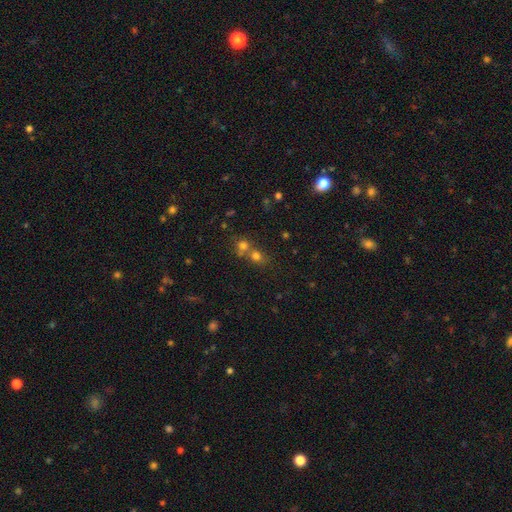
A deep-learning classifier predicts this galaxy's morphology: smooth_or_featured: smooth (p=0.56) [alt: star or artifact p=0.32]
how_rounded: round (p=0.81) [alt: in between p=0.18]
merging: none (p=0.48) [alt: merger p=0.43]